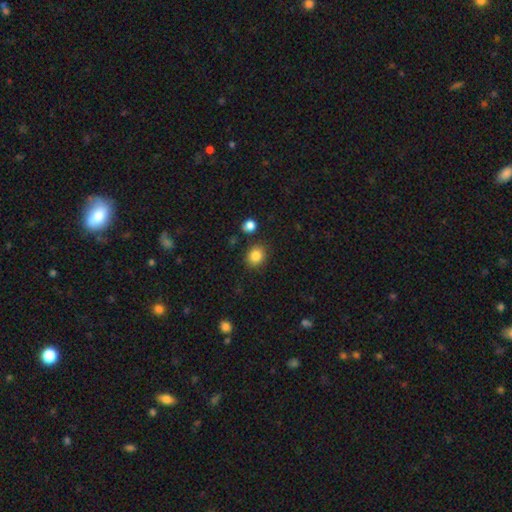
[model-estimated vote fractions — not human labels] A smooth galaxy with no disk features (85%) that is round (67%). Merging: none (84%).